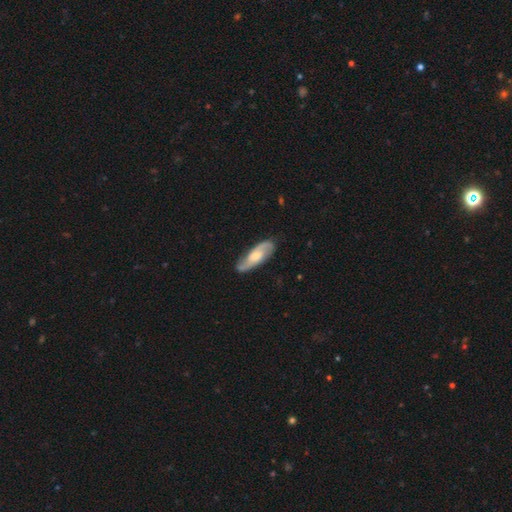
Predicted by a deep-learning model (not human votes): Morphology: type=featured or disk (70%); edge-on=no (87%); bar=no (56%); spiral arms=yes (93%); winding=medium (45%); arm count=2 (87%); bulge=moderate (54%); merging=none (81%).